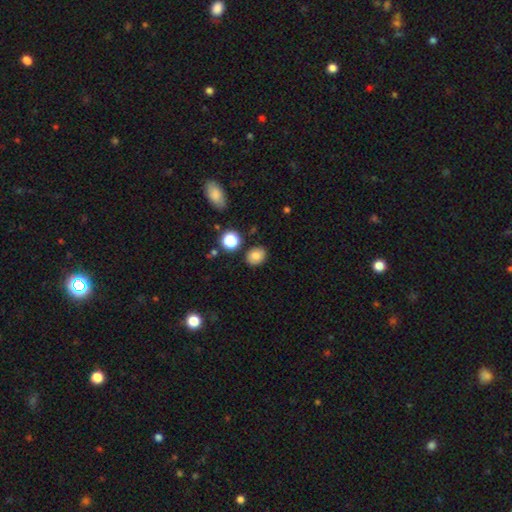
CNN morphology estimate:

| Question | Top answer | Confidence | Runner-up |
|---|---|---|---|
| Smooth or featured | smooth | 79% | star or artifact (12%) |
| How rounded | round | 55% | in between (44%) |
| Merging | none | 85% | minor disturbance (9%) |